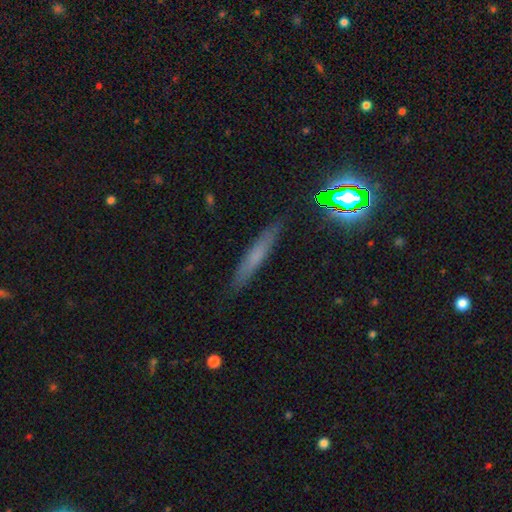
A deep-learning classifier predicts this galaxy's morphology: This appears to be a smooth galaxy with no disk features (53%) that is cigar-shaped (92%). Merging: none (87%).